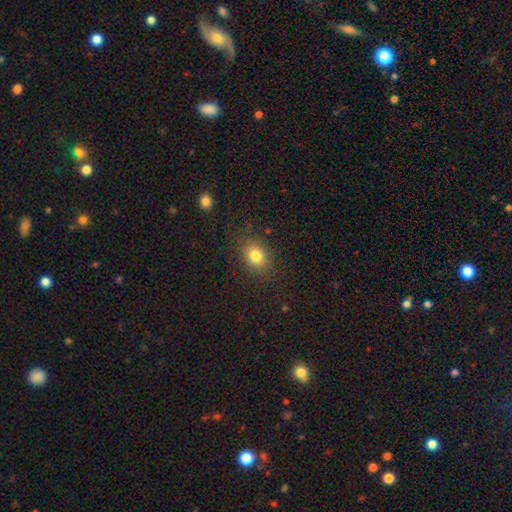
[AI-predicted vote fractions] Smooth or featured? Predicted: smooth (p=0.80). How rounded? Predicted: round (p=0.50). Merging? Predicted: none (p=0.84).